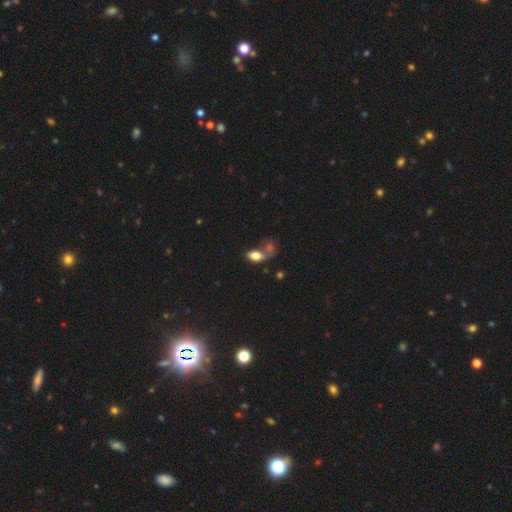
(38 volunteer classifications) Smooth or featured?
  - smooth: 82% *
  - featured or disk: 11%
  - star or artifact: 8%
How rounded?
  - in between: 90% *
  - round: 10%
  - cigar-shaped: 0%
Merging?
  - none: 66% *
  - merger: 29%
  - major disturbance: 6%
  - minor disturbance: 0%